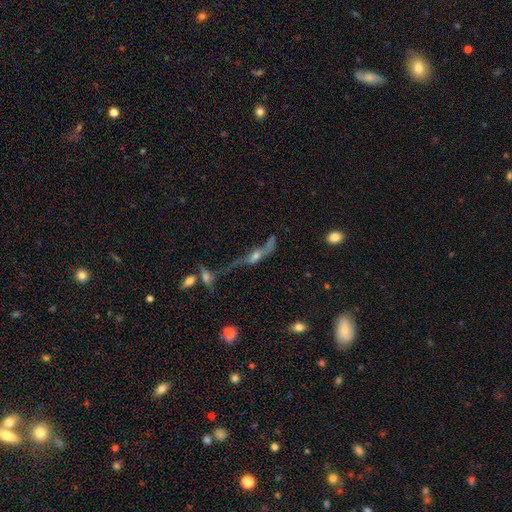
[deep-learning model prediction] Q: Smooth or featured?
A: featured or disk (62%); runner-up: star or artifact (19%)
Q: Edge-on disk?
A: yes (55%); runner-up: no (45%)
Q: Merging?
A: none (32%); runner-up: major disturbance (29%)